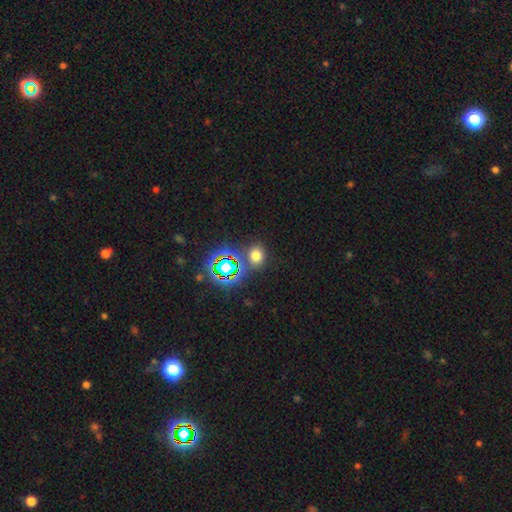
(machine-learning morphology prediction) This appears to be a smooth galaxy with no disk features (64%) that is round (61%). Merging: none (76%).